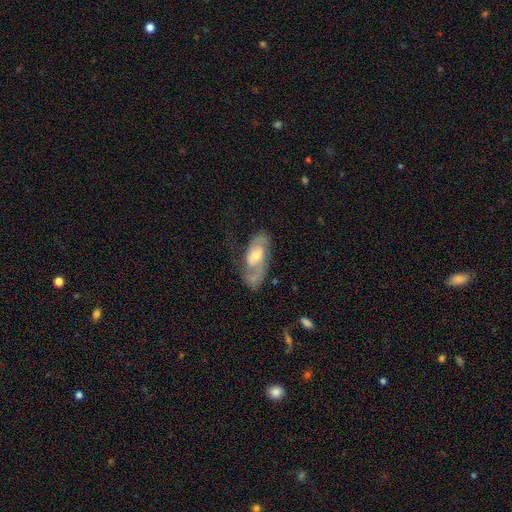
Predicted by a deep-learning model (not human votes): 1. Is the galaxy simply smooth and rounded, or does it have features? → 78% featured or disk, 17% smooth, 6% star or artifact.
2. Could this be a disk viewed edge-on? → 93% no, 7% yes.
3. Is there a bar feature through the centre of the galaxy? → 50% no, 39% weak, 11% strong.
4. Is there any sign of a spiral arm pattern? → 91% yes, 9% no.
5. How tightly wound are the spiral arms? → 46% medium, 32% tight, 22% loose.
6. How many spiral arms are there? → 70% 2, 15% 1, 11% can't tell, 2% 3, 1% 4, 1% more than 4.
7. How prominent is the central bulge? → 57% moderate, 34% small, 6% large, 2% none, 1% dominant.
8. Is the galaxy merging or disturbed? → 58% none, 21% minor disturbance, 17% major disturbance, 4% merger.